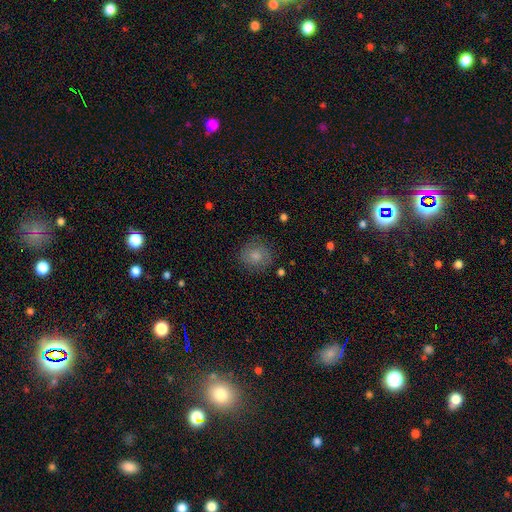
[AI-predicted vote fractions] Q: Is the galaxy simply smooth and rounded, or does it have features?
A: smooth — 76%.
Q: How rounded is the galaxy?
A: round — 82%.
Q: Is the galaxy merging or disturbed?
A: none — 81%.